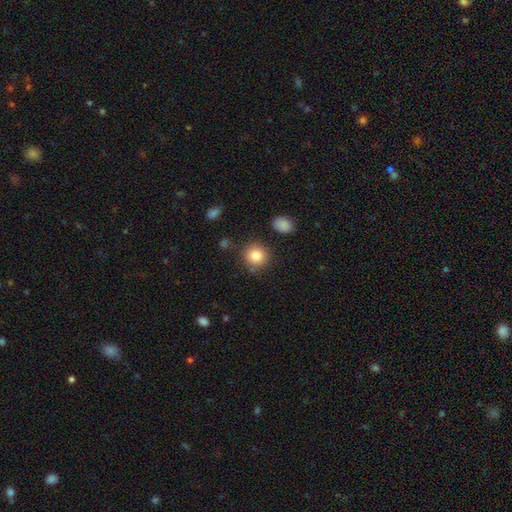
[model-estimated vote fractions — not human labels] This is clearly a smooth galaxy (83%). How rounded: clearly round (90%). Merging: clearly none (83%).